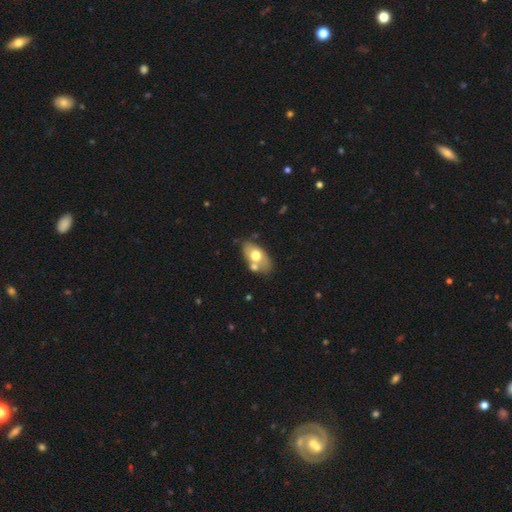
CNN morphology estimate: Overall: smooth (61%; featured or disk 32%). How rounded: in between (90%). Merging: none (58%; merger 22%).